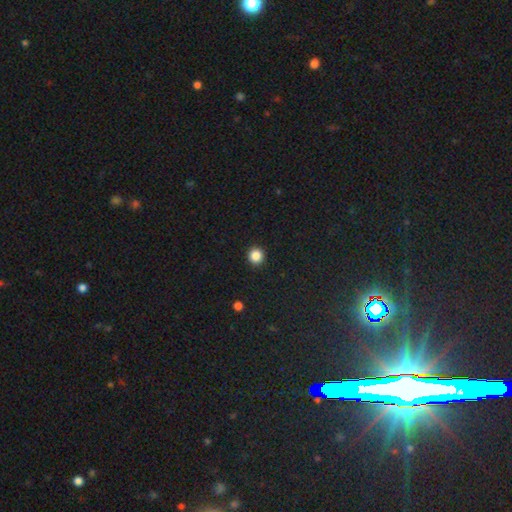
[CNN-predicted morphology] smooth 86%, star or artifact 11%, featured or disk 3%. Down the decision tree: how rounded — round (94%); merging — none (93%).